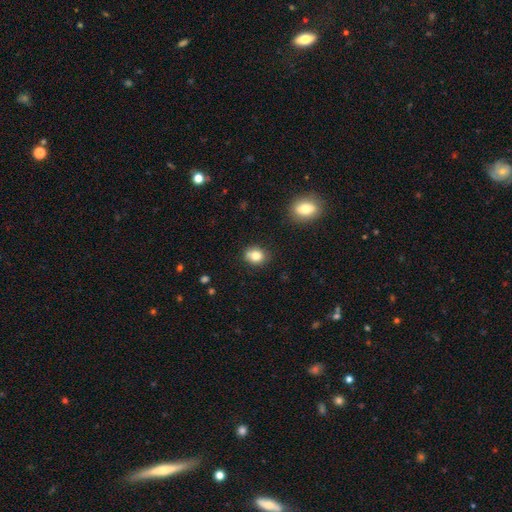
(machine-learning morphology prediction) A smooth galaxy with no disk features (80%) that is round (64%).

Vote fractions:
- Smooth or featured? smooth: 80% / star or artifact: 11% / featured or disk: 9%
- How rounded? round: 64% / in between: 35% / cigar-shaped: 1%
- Merging? none: 76% / minor disturbance: 15% / merger: 6% / major disturbance: 3%